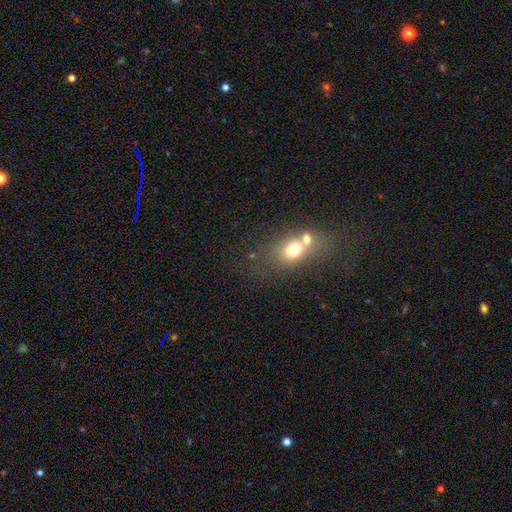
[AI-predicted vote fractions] Smooth or featured?
  - smooth: 55% *
  - star or artifact: 24%
  - featured or disk: 20%
How rounded?
  - in between: 47% * (tied)
  - round: 47% * (tied)
  - cigar-shaped: 6%
Merging?
  - merger: 47% *
  - none: 38%
  - minor disturbance: 9%
  - major disturbance: 6%